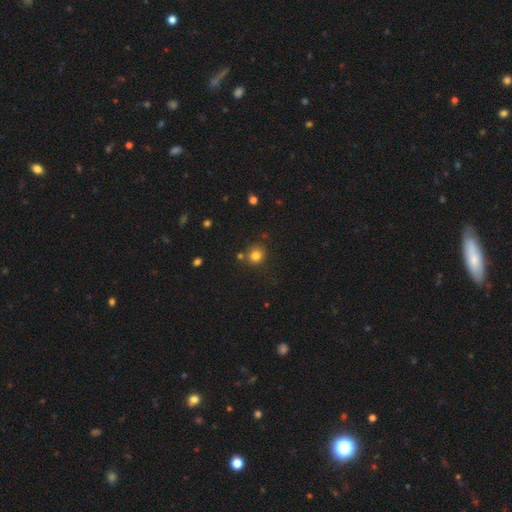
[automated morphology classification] A smooth galaxy with no disk features (80%) that is round (84%). Merging: none (77%).